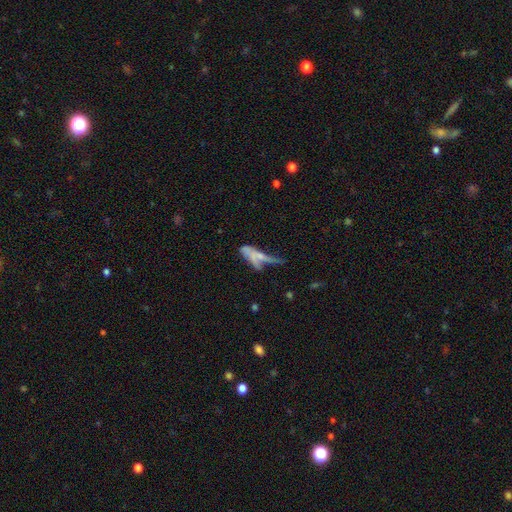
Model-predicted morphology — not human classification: Smooth or featured: smooth — 45% (featured or disk — 43%)
Merging: merger — 34% (major disturbance — 30%)